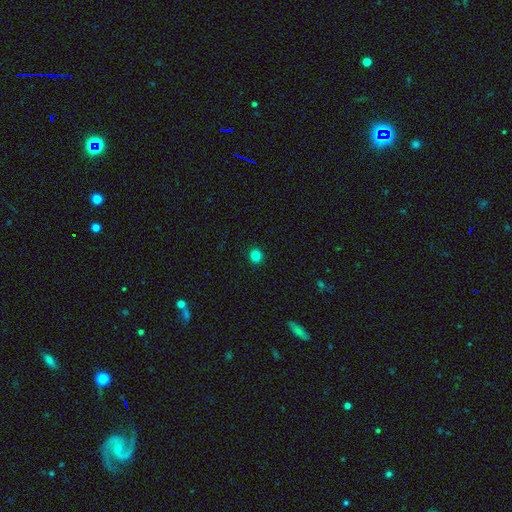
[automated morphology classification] This is clearly a smooth galaxy (83%). How rounded: clearly round (86%). Merging: clearly none (92%).